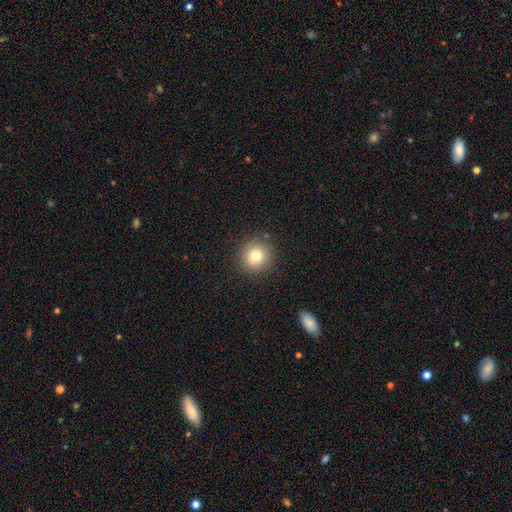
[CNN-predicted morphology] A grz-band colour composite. It shows a smooth galaxy with no disk features (78%) that is round (93%). Merging: none (89%).